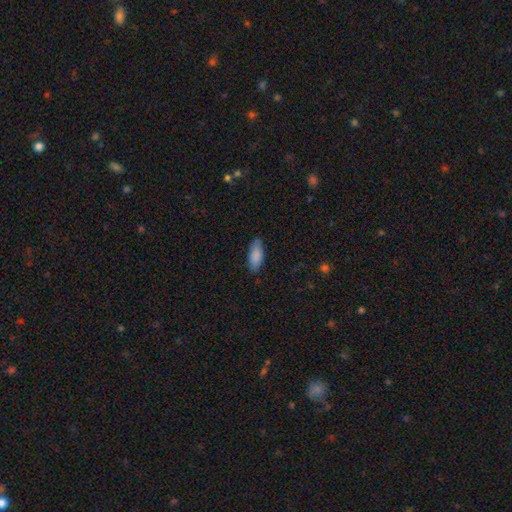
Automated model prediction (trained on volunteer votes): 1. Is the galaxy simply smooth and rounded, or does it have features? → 87% smooth, 7% featured or disk, 6% star or artifact.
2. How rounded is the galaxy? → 81% in between, 18% cigar-shaped, 2% round.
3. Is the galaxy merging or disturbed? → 81% none, 15% minor disturbance, 3% major disturbance, 1% merger.